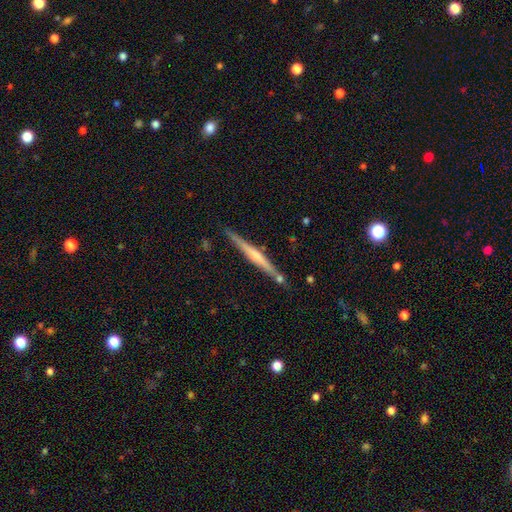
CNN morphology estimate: Smooth or featured? Predicted: featured or disk (p=0.65). Edge-on disk? Predicted: yes (p=0.97). Edge-on bulge? Predicted: rounded (p=0.53). Merging? Predicted: none (p=0.83).